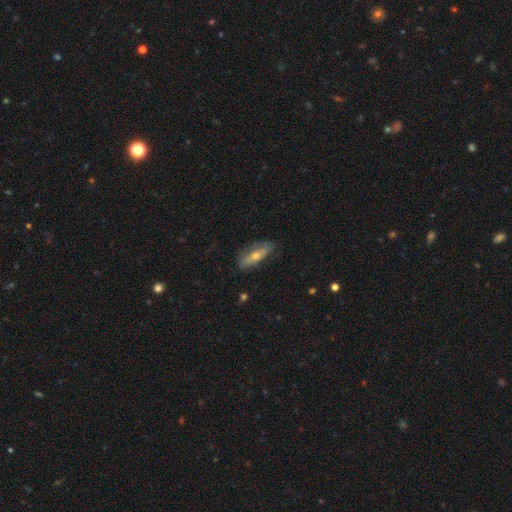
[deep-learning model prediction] Q: Smooth or featured?
A: featured or disk (53%); runner-up: smooth (39%)
Q: Edge-on disk?
A: no (58%); runner-up: yes (42%)
Q: Merging?
A: none (78%); runner-up: minor disturbance (17%)